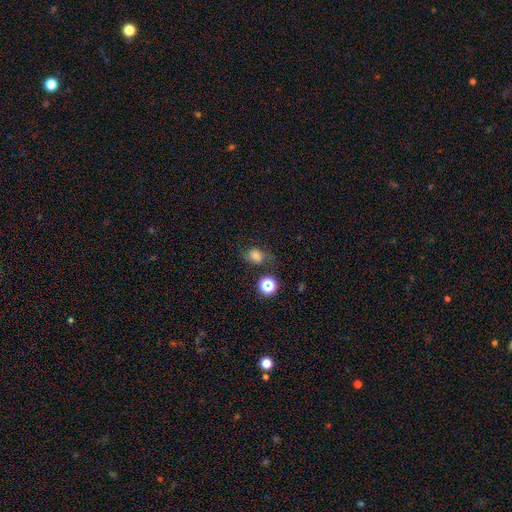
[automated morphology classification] Q: Smooth or featured?
A: smooth (71%); runner-up: star or artifact (18%)
Q: How rounded?
A: round (51%); runner-up: in between (47%)
Q: Merging?
A: none (60%); runner-up: minor disturbance (23%)